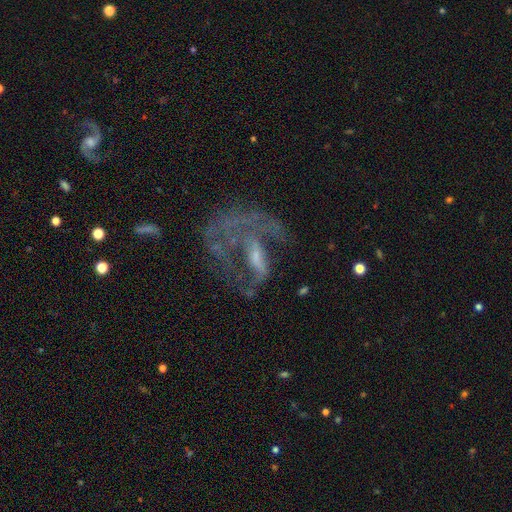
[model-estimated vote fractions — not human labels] This appears to be a featured or disk galaxy (73%) with no bar (44%), spiral arms (56%) and a small central bulge (42%). Merging: major disturbance (49%).